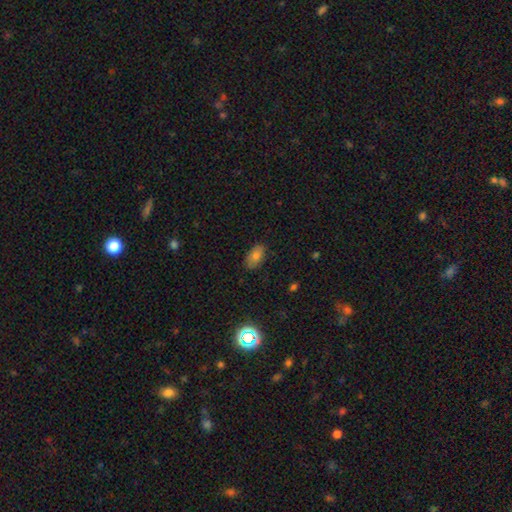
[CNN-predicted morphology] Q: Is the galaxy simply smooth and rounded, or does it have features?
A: smooth — 76%.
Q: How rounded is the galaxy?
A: in between — 92%.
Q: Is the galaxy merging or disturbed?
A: none — 83%.